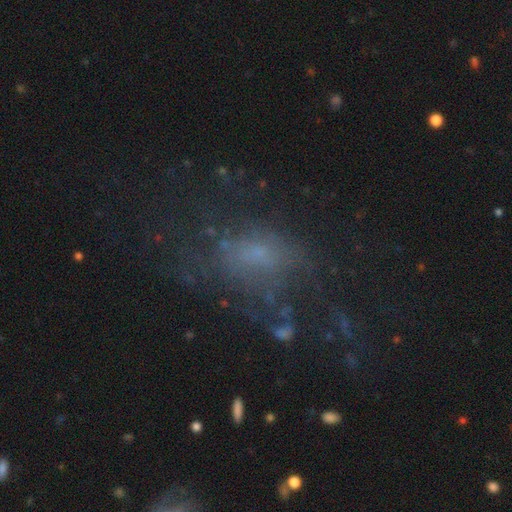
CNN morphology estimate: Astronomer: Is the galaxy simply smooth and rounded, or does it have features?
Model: featured or disk — 43% (runner-up: smooth, 33%).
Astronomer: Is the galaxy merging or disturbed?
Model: none — 47% (runner-up: major disturbance, 30%).